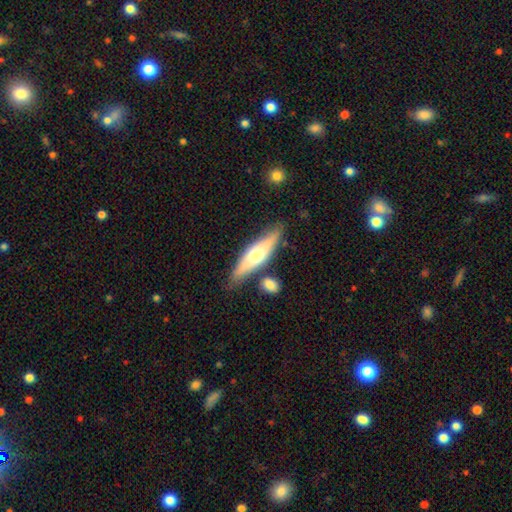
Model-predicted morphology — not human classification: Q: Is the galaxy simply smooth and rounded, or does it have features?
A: smooth — 49%.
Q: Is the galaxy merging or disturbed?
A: none — 75%.